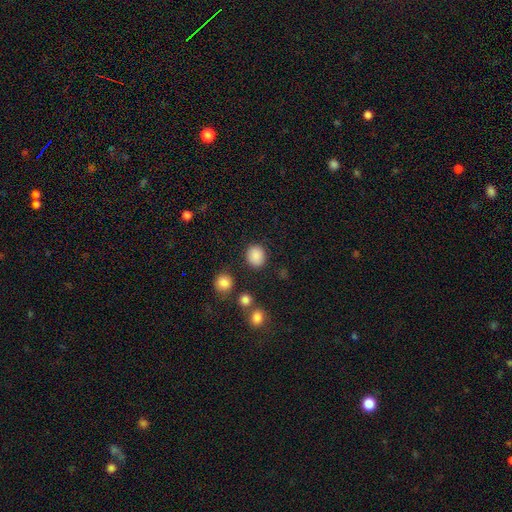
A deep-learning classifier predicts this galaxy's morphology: This appears to be a smooth galaxy with no disk features (87%) that is round (73%). Merging: none (86%).